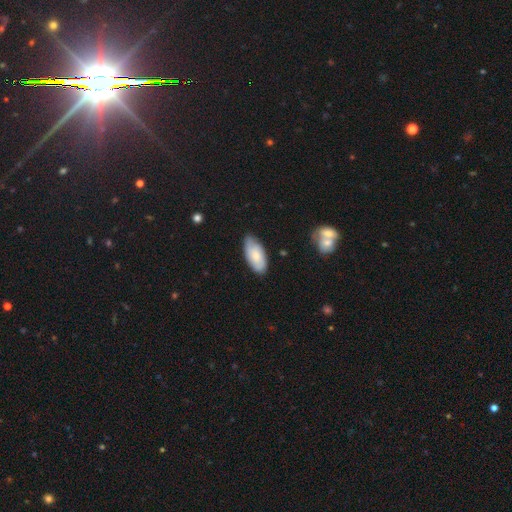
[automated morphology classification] Smooth or featured? Predicted: smooth (p=0.64). How rounded? Predicted: in between (p=0.90). Merging? Predicted: none (p=0.74).